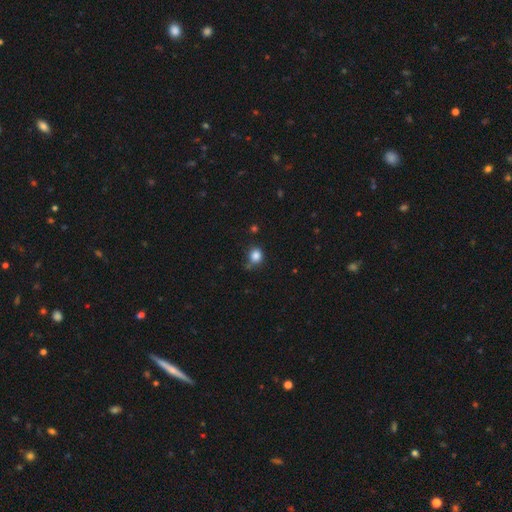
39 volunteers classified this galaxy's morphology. This appears to be a smooth galaxy with no disk features (90%) that is round (83%). Merging: none (75%).